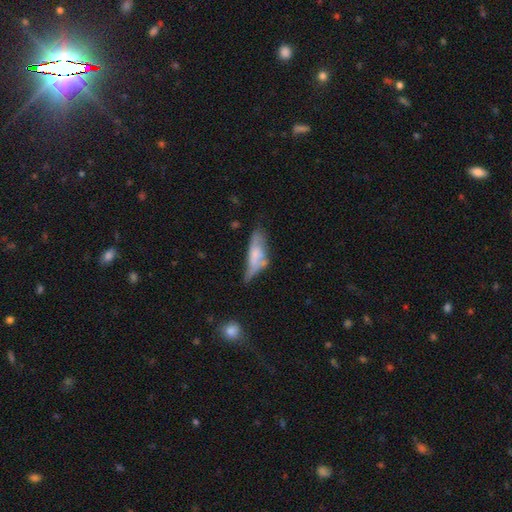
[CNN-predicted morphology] This appears to be a smooth galaxy with no disk features (55%) that is cigar-shaped (50%). Merging: none (36%).